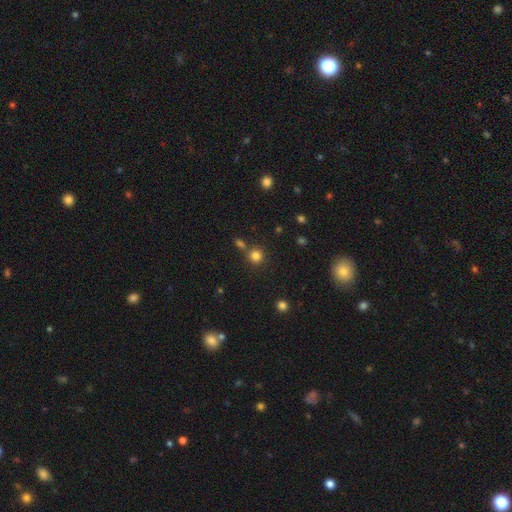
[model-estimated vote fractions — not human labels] Smooth or featured? Predicted: smooth (p=0.80). How rounded? Predicted: round (p=0.92). Merging? Predicted: none (p=0.75).